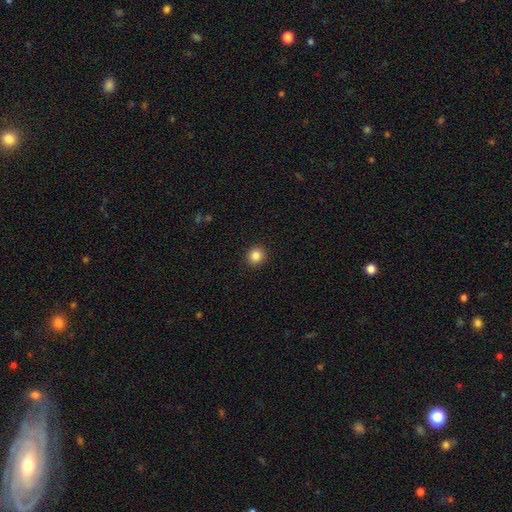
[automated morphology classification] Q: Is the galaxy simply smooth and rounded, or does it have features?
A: smooth — 86%.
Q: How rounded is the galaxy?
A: round — 91%.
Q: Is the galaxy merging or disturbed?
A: none — 92%.